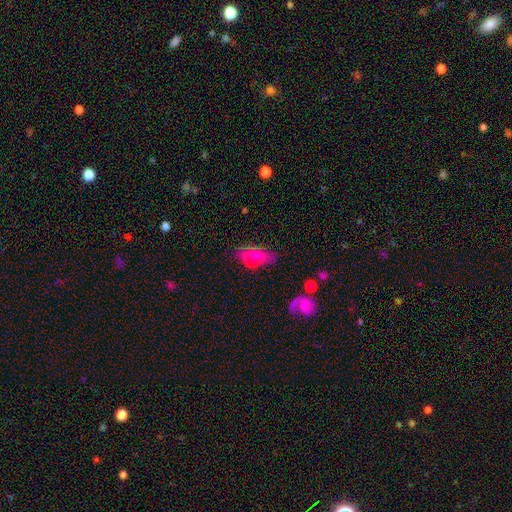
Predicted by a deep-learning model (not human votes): A smooth galaxy with no disk features (61%) that is in between round and cigar-shaped (84%). Merging: none (36%).